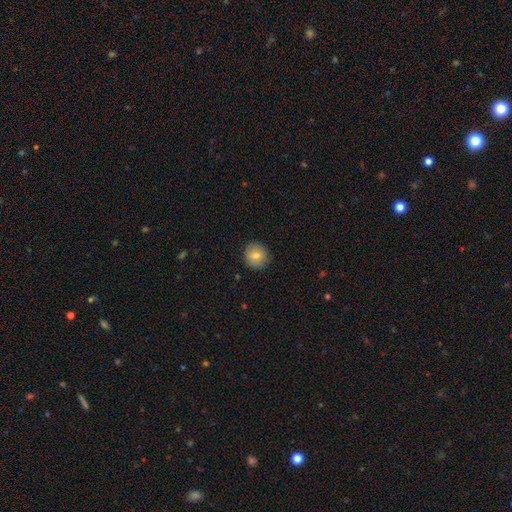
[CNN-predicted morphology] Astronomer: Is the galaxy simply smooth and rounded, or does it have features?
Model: smooth — 79%.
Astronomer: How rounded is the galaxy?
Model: round — 90%.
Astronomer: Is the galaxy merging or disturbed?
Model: none — 88%.